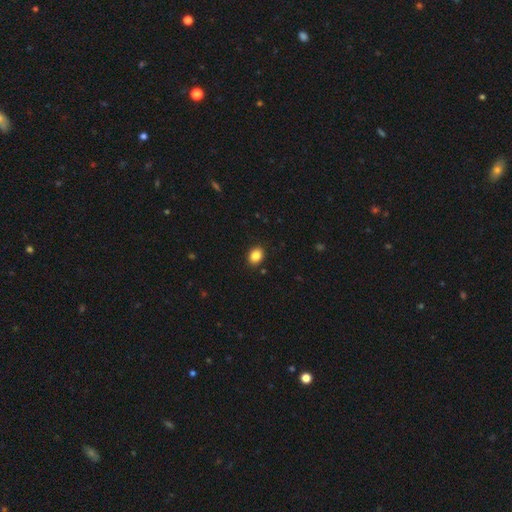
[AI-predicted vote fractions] Smooth or featured? smooth (86%)
How rounded? in between (60%)
Merging? none (90%)